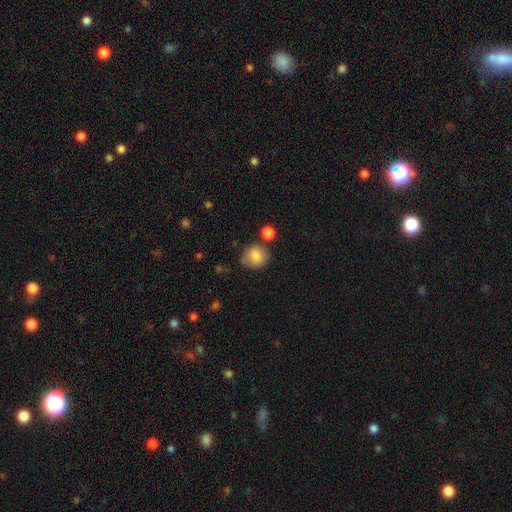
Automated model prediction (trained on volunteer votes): smooth 82%, featured or disk 10%, star or artifact 8%. Down the decision tree: how rounded — round (76%); merging — none (72%).